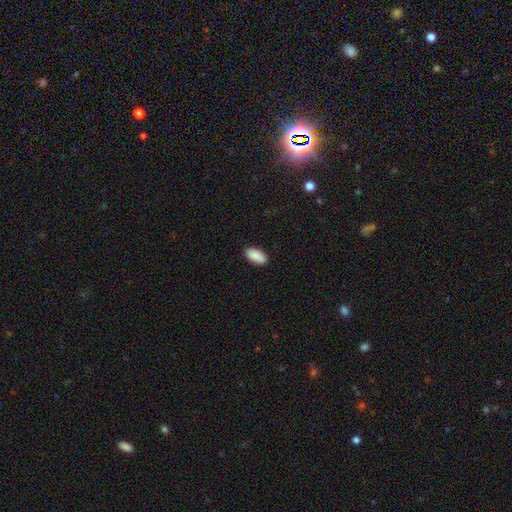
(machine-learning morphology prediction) type=smooth (90%); roundness=in between (92%); merging=none (88%).